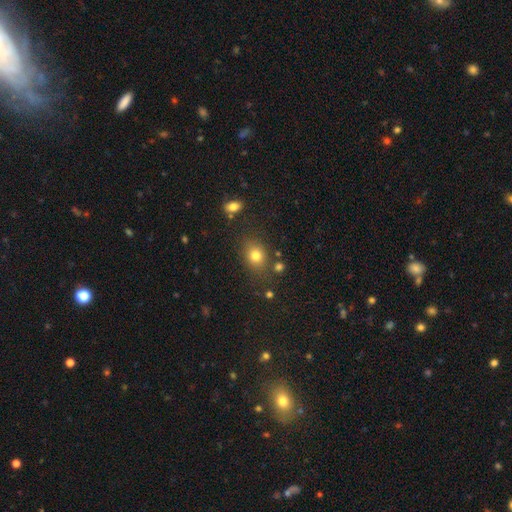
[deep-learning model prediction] Overall: smooth (78%). How rounded: round (56%; in between 43%). Merging: none (75%).